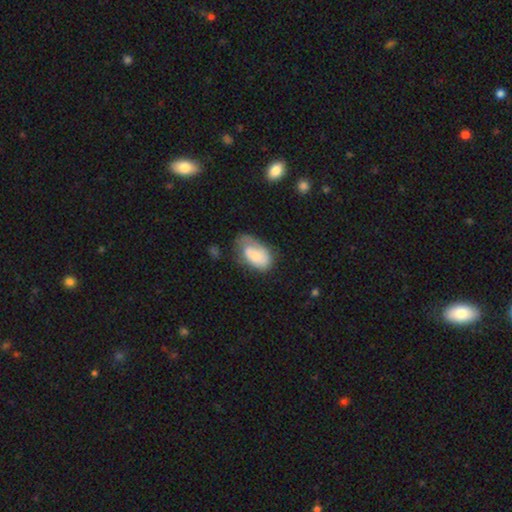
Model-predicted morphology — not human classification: Smooth or featured? Predicted: smooth (p=0.65). How rounded? Predicted: in between (p=0.92). Merging? Predicted: none (p=0.40).